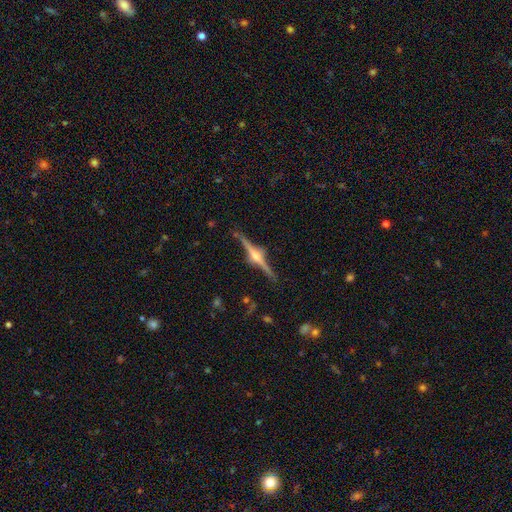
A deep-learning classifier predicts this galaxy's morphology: A featured or disk galaxy (87%) viewed edge-on (98%) with a rounded central bulge (94%). Merging: none (88%).